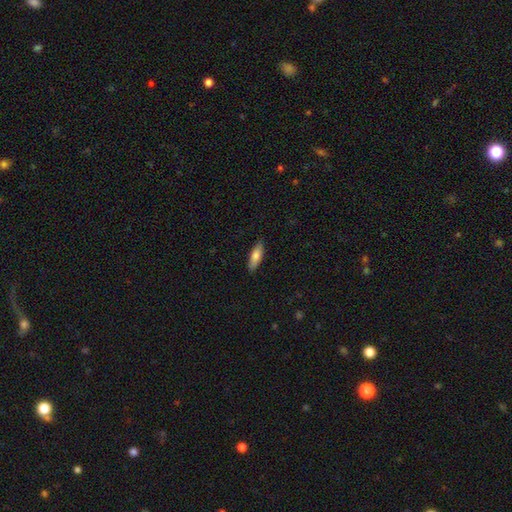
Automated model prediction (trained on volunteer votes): A smooth galaxy with no disk features (76%) that is in between round and cigar-shaped (51%).

Vote fractions:
- Smooth or featured? smooth: 76% / featured or disk: 18% / star or artifact: 6%
- How rounded? in between: 51% / cigar-shaped: 47% / round: 2%
- Merging? none: 87% / minor disturbance: 10% / major disturbance: 2% / merger: 1%